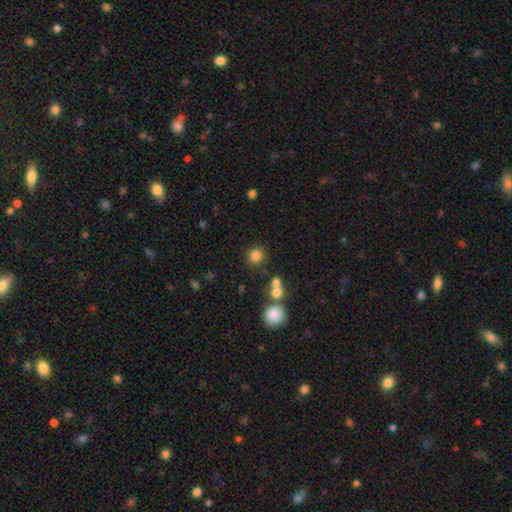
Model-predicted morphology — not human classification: smooth 81%, star or artifact 13%, featured or disk 6%. Down the decision tree: how rounded — round (90%); merging — none (79%).